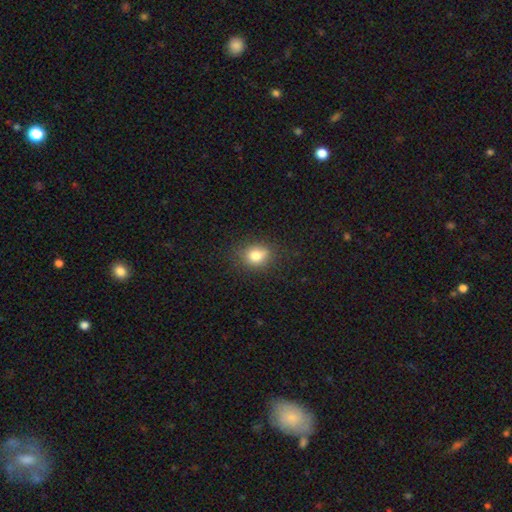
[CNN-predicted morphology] Smooth or featured?
  - smooth: 80% *
  - star or artifact: 12%
  - featured or disk: 7%
How rounded?
  - round: 57% *
  - in between: 42%
  - cigar-shaped: 1%
Merging?
  - none: 78% *
  - minor disturbance: 16%
  - major disturbance: 4%
  - merger: 2%